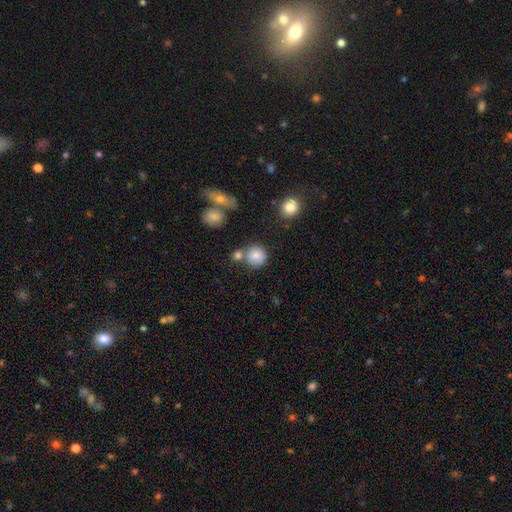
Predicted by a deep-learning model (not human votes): A smooth galaxy with no disk features (83%) that is round (88%). Merging: none (67%).